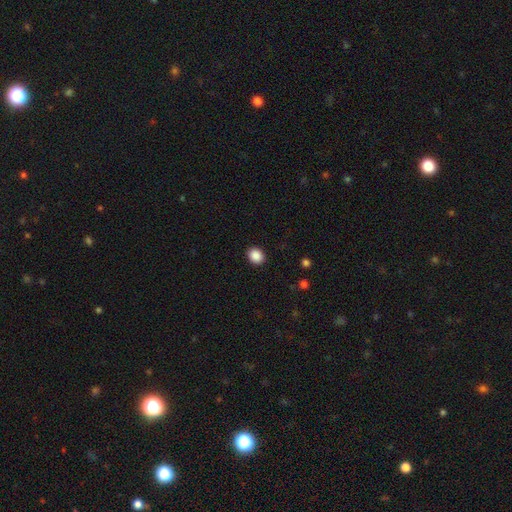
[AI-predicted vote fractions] Morphology: type=smooth (89%); roundness=round (62%); merging=none (91%).